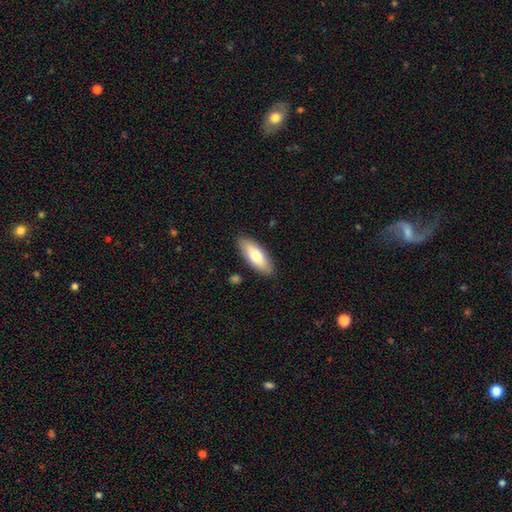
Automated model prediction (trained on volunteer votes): Morphology: type=smooth (72%); roundness=in between (73%); merging=none (88%).